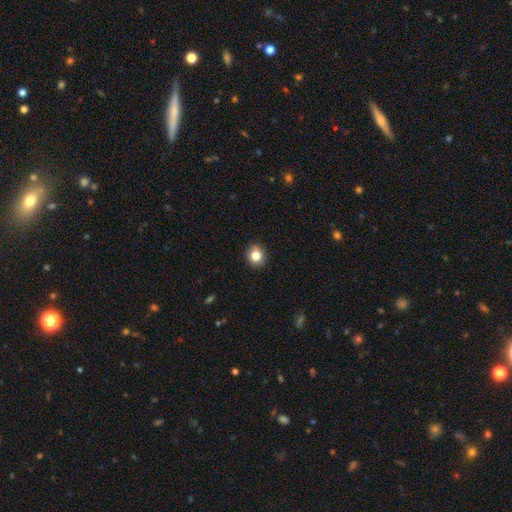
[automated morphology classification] A smooth galaxy with no disk features (83%) that is round (79%).

Vote fractions:
- Smooth or featured? smooth: 83% / star or artifact: 10% / featured or disk: 7%
- How rounded? round: 79% / in between: 20% / cigar-shaped: 1%
- Merging? none: 91% / minor disturbance: 7% / major disturbance: 2% / merger: 1%